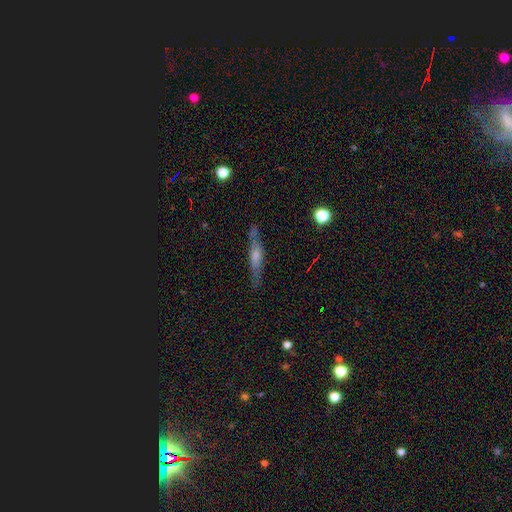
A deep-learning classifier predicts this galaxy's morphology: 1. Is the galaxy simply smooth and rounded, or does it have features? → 51% featured or disk, 41% smooth, 8% star or artifact.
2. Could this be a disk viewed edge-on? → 85% yes, 15% no.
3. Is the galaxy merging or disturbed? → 79% none, 15% minor disturbance, 4% major disturbance, 2% merger.